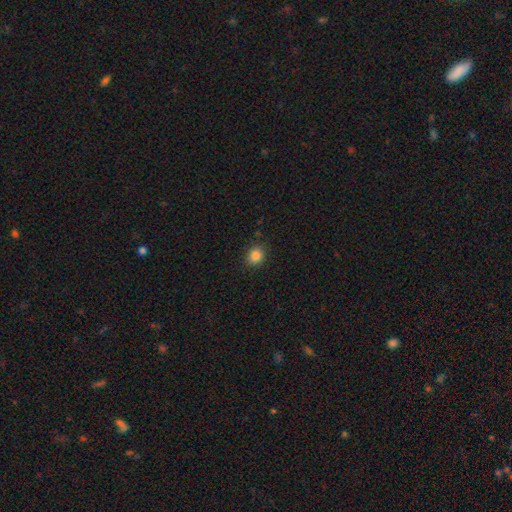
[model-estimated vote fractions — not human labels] Q: Smooth or featured?
A: smooth (85%); runner-up: star or artifact (11%)
Q: How rounded?
A: round (67%); runner-up: in between (32%)
Q: Merging?
A: none (86%); runner-up: minor disturbance (11%)